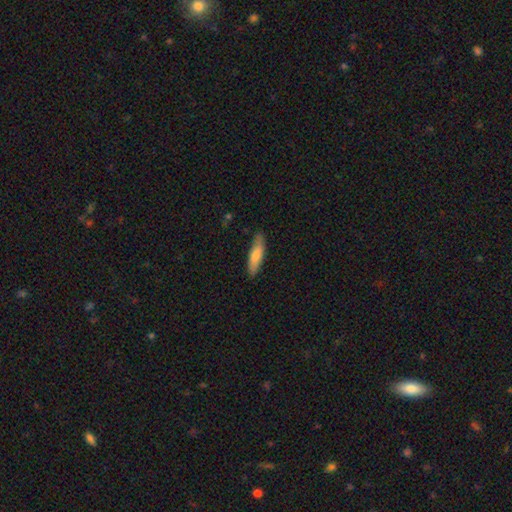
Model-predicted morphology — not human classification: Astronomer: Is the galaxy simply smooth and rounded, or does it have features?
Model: smooth — 80%.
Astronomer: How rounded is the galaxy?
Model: cigar-shaped — 66%.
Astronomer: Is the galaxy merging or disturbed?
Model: none — 82%.